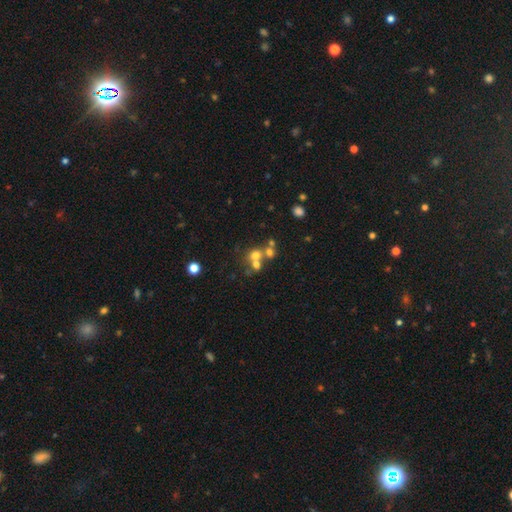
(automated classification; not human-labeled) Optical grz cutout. It shows a smooth galaxy with no disk features (59%) that is round (81%). Merging: merger (49%).